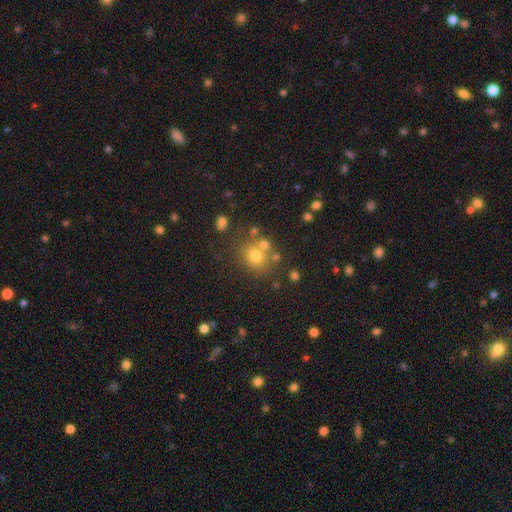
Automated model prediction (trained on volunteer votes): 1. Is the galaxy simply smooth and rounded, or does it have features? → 67% smooth, 21% star or artifact, 12% featured or disk.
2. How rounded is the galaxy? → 82% round, 18% in between, 1% cigar-shaped.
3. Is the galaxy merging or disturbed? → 66% none, 19% merger, 10% minor disturbance, 4% major disturbance.